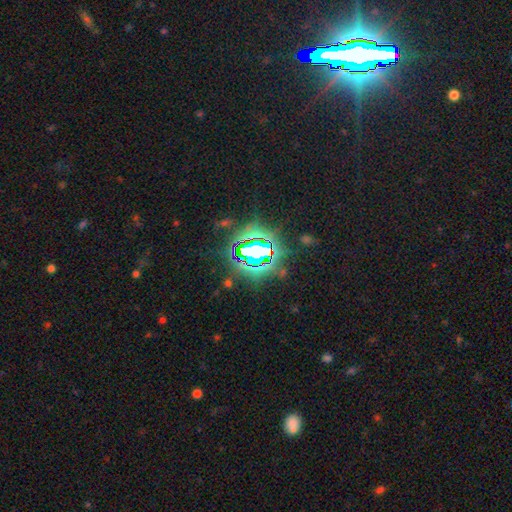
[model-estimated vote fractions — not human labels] Smooth or featured? star or artifact (77%)